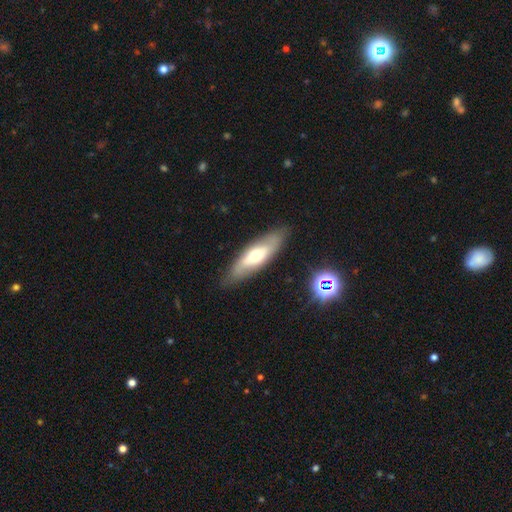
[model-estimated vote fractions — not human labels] Smooth or featured? smooth (49%)
Merging? none (83%)